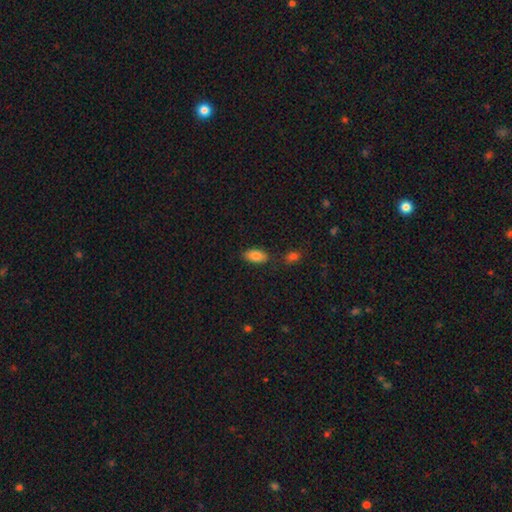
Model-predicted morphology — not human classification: type=smooth (85%); roundness=in between (91%); merging=none (78%).